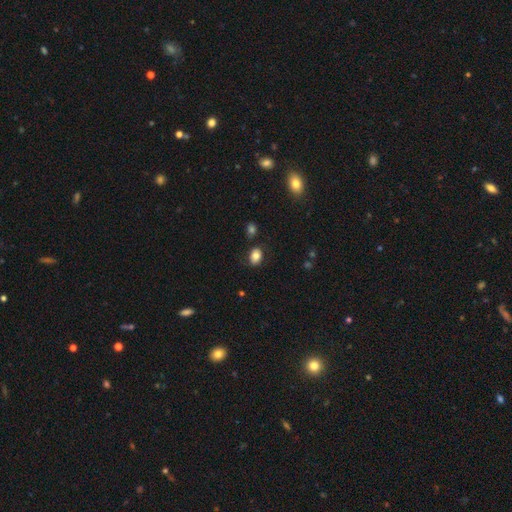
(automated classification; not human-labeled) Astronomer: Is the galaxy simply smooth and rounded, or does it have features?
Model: smooth — 81%.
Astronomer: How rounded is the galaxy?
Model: in between — 74%.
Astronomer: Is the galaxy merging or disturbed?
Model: none — 78%.